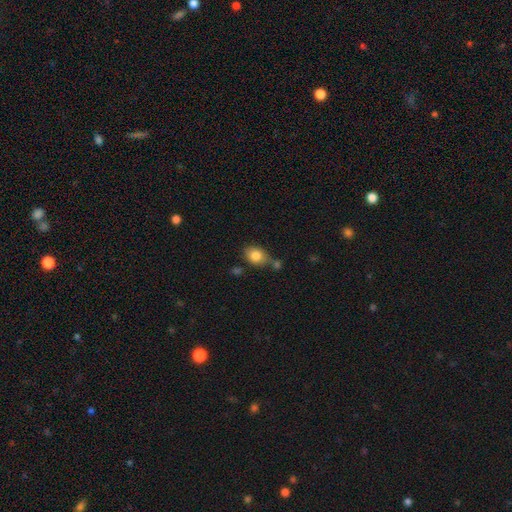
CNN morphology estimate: Smooth or featured? Predicted: smooth (p=0.83). How rounded? Predicted: in between (p=0.61). Merging? Predicted: none (p=0.57).